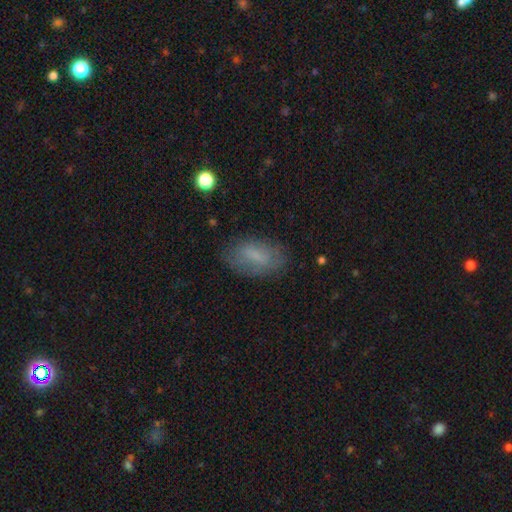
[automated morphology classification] smooth_or_featured: smooth (p=0.70) [alt: featured or disk p=0.21]
how_rounded: in between (p=0.90) [alt: cigar-shaped p=0.06]
merging: none (p=0.73) [alt: minor disturbance p=0.19]